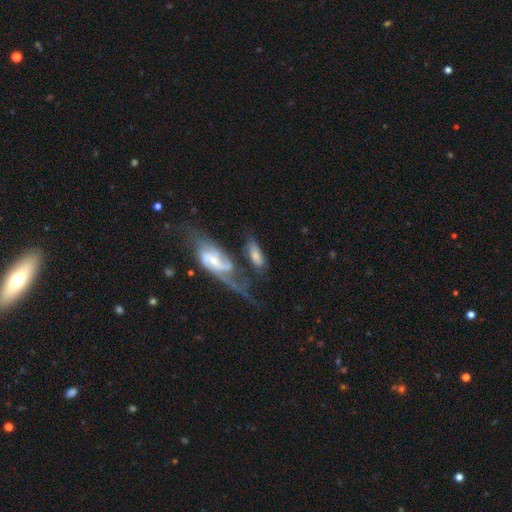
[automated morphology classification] Smooth or featured? Predicted: smooth (p=0.49). Merging? Predicted: merger (p=0.34).